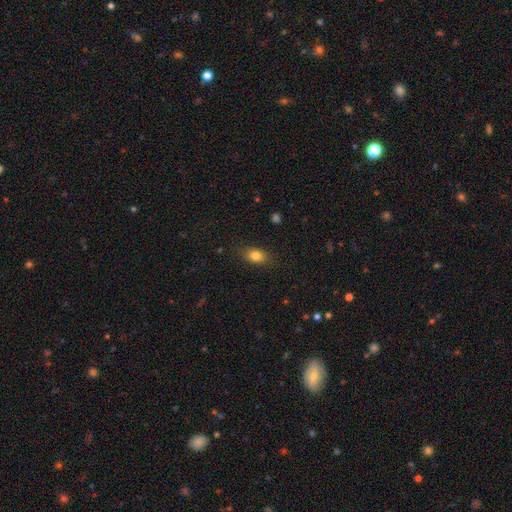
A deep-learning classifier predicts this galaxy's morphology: This is clearly a smooth galaxy (82%). How rounded: likely in between (78%). Merging: clearly none (83%).